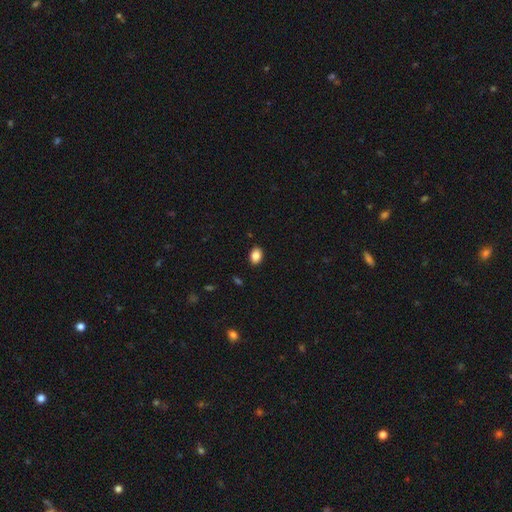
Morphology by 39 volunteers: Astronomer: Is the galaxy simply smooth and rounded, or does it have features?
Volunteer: smooth — 87%.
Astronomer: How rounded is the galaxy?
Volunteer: in between — 76%.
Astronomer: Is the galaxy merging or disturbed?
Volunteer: none — 86%.